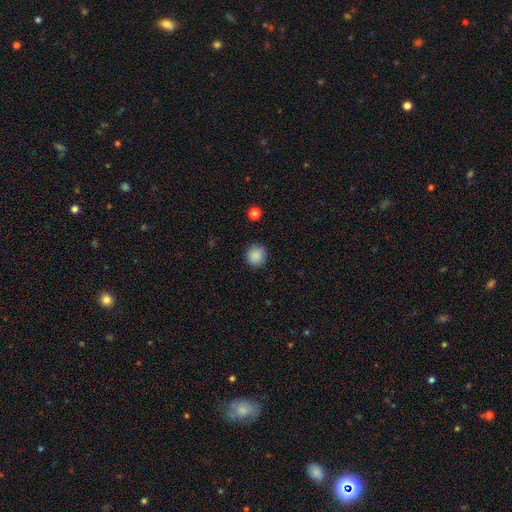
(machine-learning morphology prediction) smooth 88%, star or artifact 9%, featured or disk 3%. Down the decision tree: how rounded — round (91%); merging — none (89%).